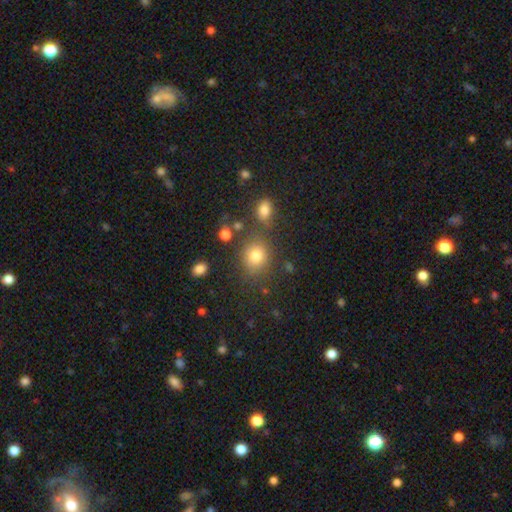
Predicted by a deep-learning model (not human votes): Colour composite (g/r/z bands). It shows a smooth galaxy with no disk features (77%) that is round (70%). Merging: none (74%).